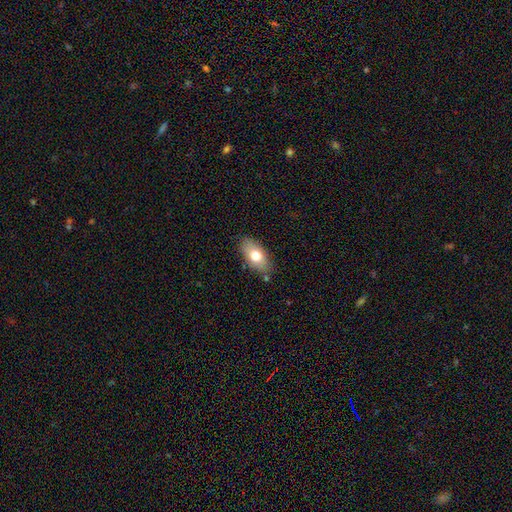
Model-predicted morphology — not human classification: A smooth galaxy with no disk features (72%) that is in between round and cigar-shaped (89%). Merging: none (81%).